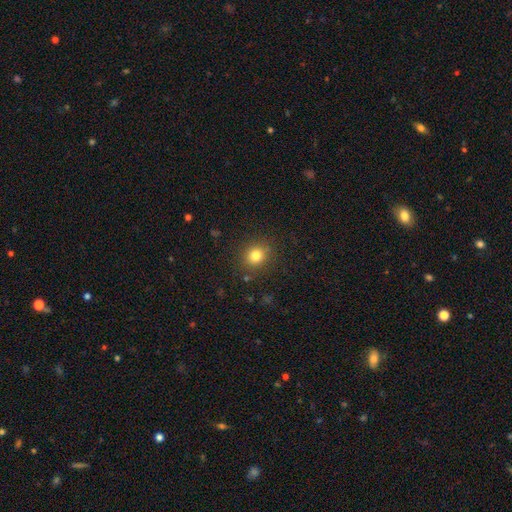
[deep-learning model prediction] smooth 80%, star or artifact 13%, featured or disk 7%. Down the decision tree: how rounded — round (80%); merging — none (87%).